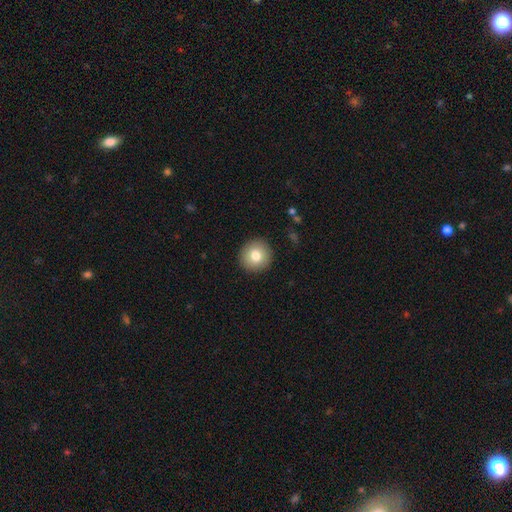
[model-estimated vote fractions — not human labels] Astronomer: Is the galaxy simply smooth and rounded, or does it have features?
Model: smooth — 80%.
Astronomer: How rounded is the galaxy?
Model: round — 94%.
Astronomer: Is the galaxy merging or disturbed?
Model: none — 92%.